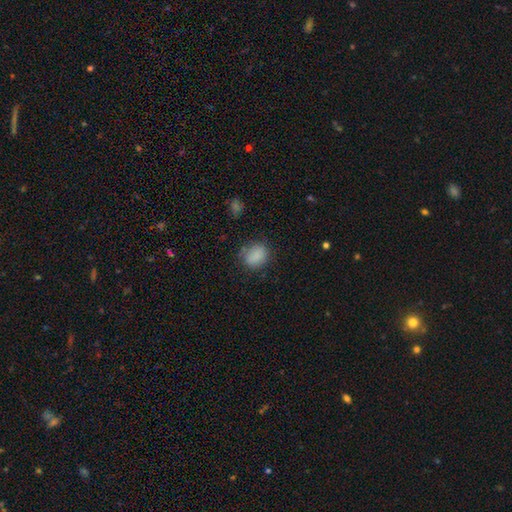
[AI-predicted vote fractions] Smooth or featured? smooth (85%)
How rounded? in between (50%)
Merging? none (74%)